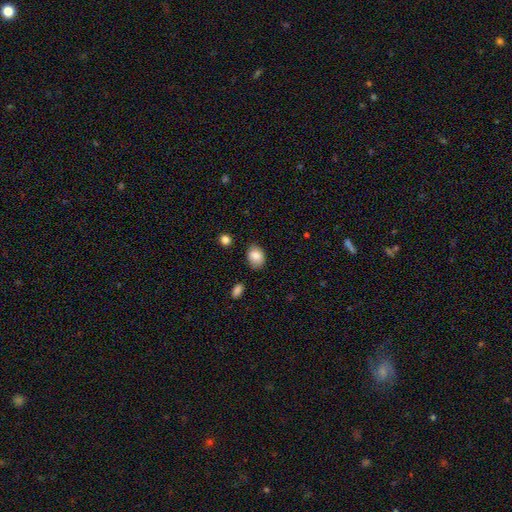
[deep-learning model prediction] Overall: smooth (85%). How rounded: in between (73%). Merging: none (76%).